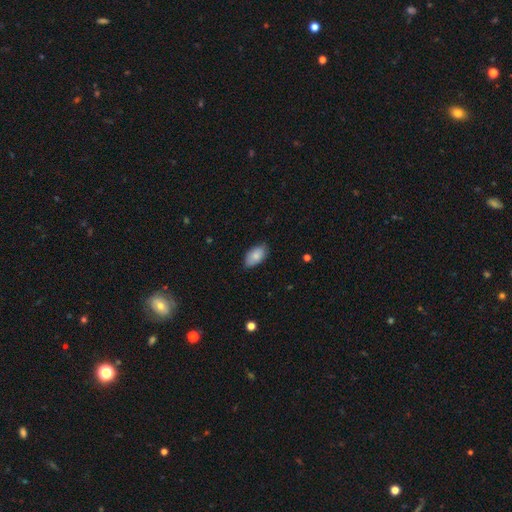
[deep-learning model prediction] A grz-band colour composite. It shows a smooth galaxy with no disk features (81%) that is in between round and cigar-shaped (94%). Merging: none (80%).